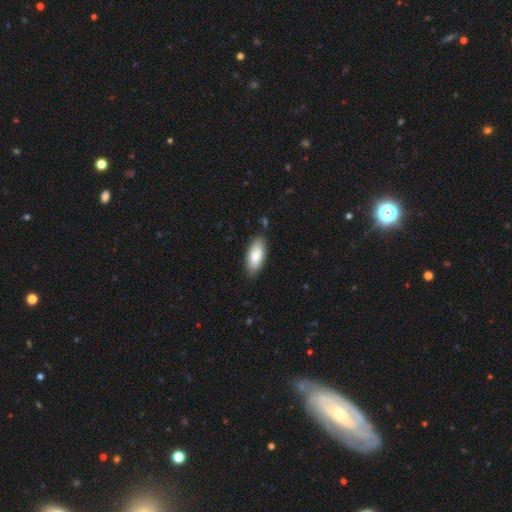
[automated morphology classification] Q: Smooth or featured?
A: smooth (83%); runner-up: featured or disk (11%)
Q: How rounded?
A: in between (84%); runner-up: cigar-shaped (14%)
Q: Merging?
A: none (84%); runner-up: minor disturbance (12%)